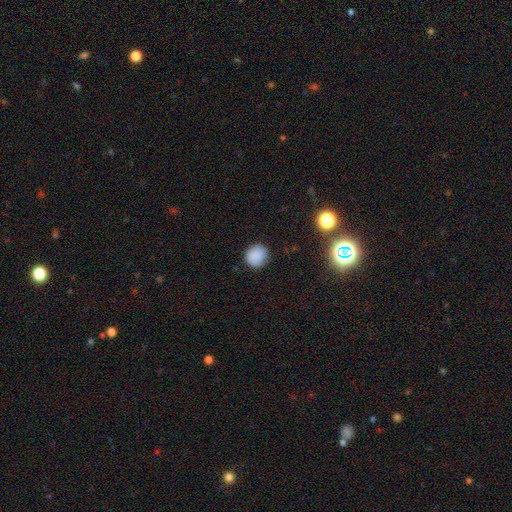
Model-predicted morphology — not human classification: The model was most divided on "smooth or featured": smooth: 87%, star or artifact: 9%, featured or disk: 4%. More confident: how rounded — round (91%); merging — none (88%).